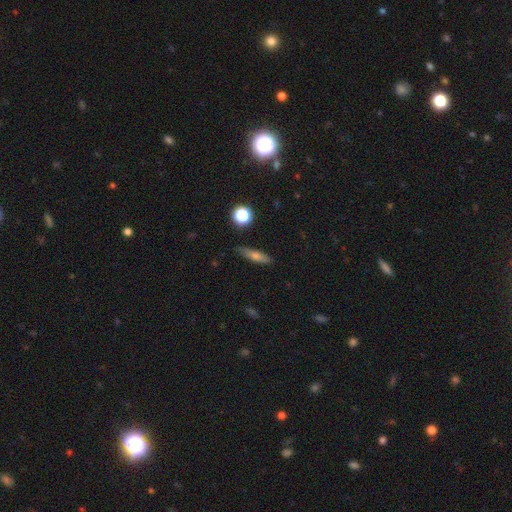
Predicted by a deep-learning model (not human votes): A smooth galaxy with no disk features (62%) that is cigar-shaped (72%). Merging: none (85%).